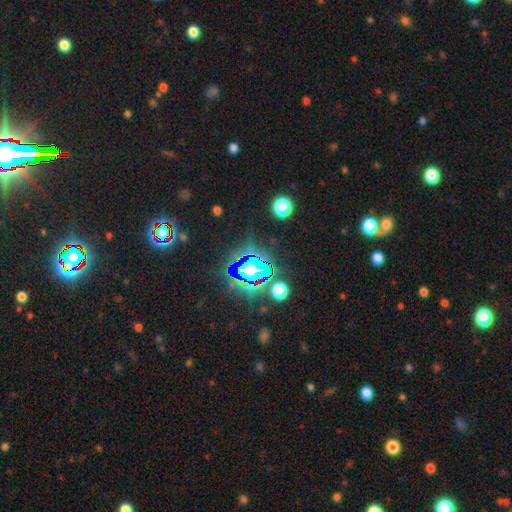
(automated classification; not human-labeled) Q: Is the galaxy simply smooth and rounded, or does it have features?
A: star or artifact — 84%.